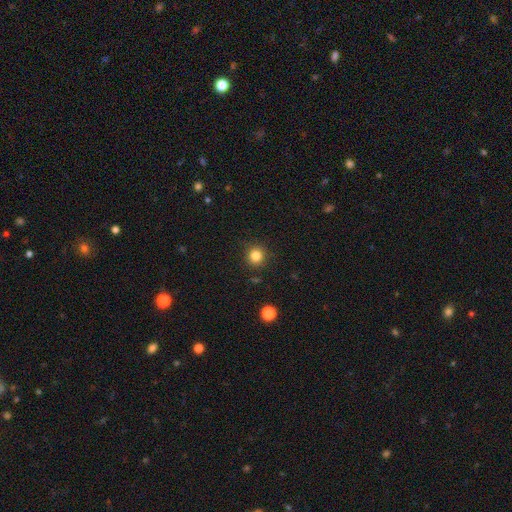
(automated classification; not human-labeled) Overall: smooth (83%). How rounded: round (93%). Merging: none (89%).